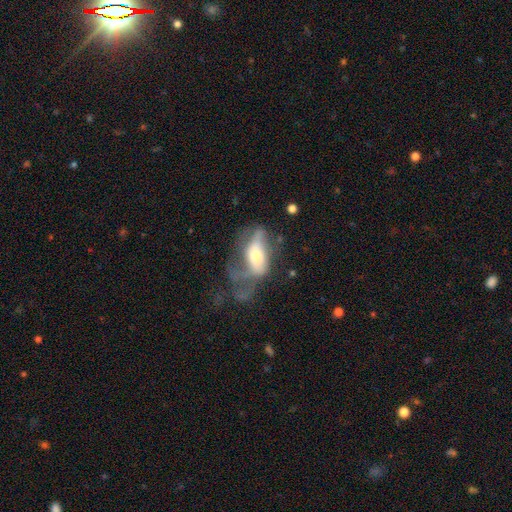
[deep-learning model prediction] A featured or disk galaxy (49%). Merging: major disturbance (56%).